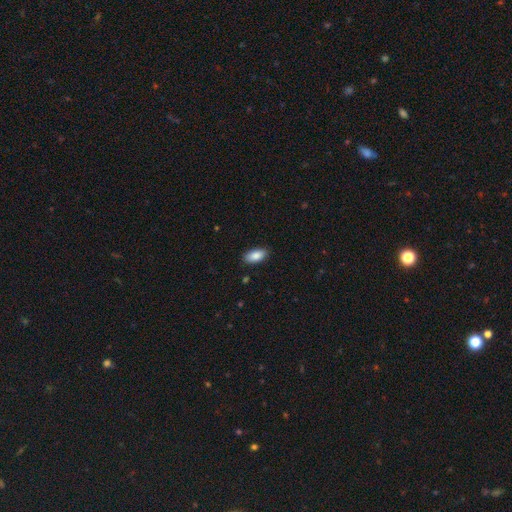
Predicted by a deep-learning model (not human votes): smooth-or-featured: smooth: 88% | star or artifact: 7% | featured or disk: 6%
  how-rounded: in between: 92% | cigar-shaped: 6% | round: 2%
  merging: none: 87% | minor disturbance: 10% | major disturbance: 2% | merger: 1%